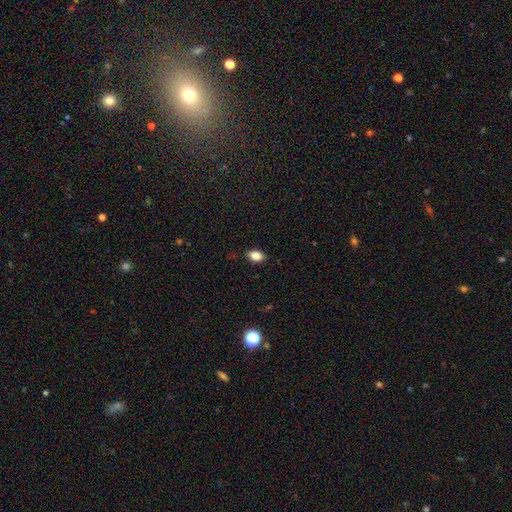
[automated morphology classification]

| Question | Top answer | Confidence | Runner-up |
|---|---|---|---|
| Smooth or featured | smooth | 85% | star or artifact (9%) |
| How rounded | in between | 85% | round (14%) |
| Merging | none | 86% | minor disturbance (11%) |